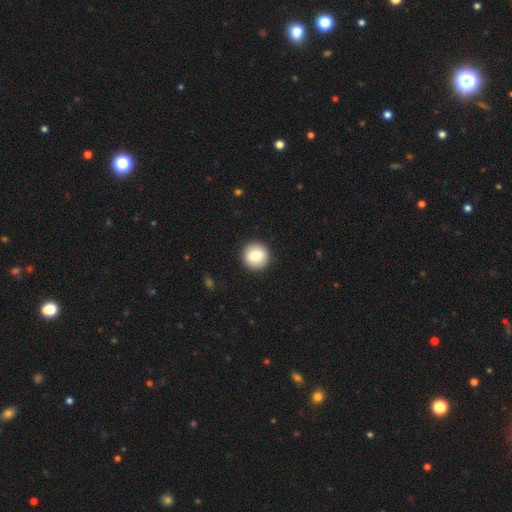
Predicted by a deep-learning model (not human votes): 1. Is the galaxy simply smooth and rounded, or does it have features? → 81% smooth, 11% featured or disk, 8% star or artifact.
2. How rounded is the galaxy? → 95% round, 4% in between, 1% cigar-shaped.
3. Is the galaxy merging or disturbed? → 93% none, 4% minor disturbance, 2% major disturbance, 1% merger.